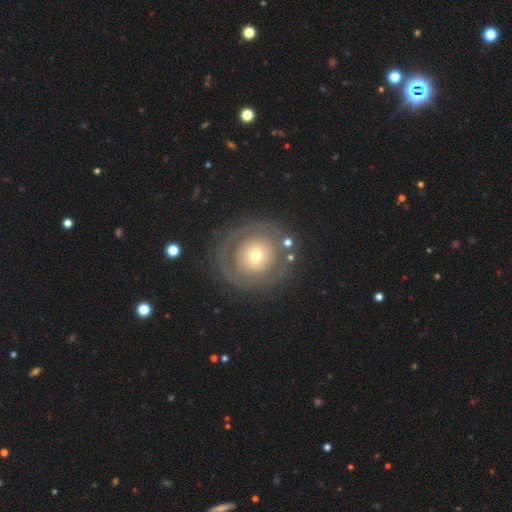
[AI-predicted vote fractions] smooth_or_featured: featured or disk (p=0.50) [alt: smooth p=0.43]
merging: none (p=0.77) [alt: minor disturbance p=0.12]